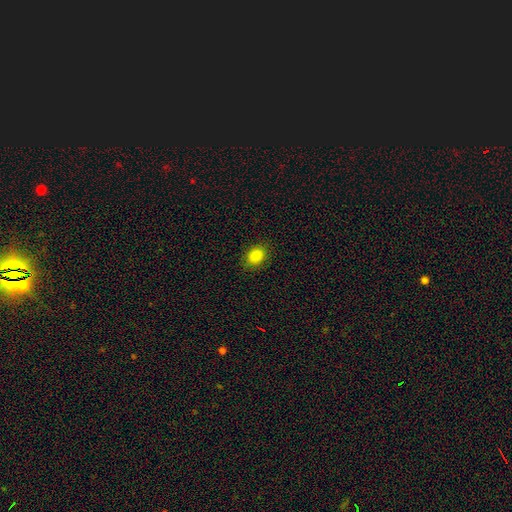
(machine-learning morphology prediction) type=smooth (86%); roundness=in between (60%); merging=none (87%).